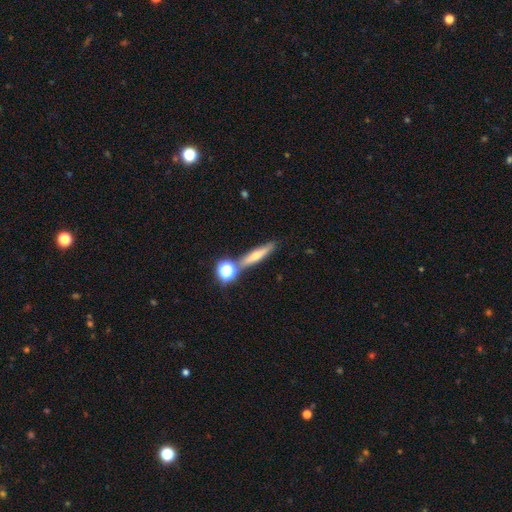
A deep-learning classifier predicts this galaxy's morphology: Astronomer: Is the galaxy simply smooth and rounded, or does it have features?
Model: featured or disk — 46% (runner-up: smooth, 39%).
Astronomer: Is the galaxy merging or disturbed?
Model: none — 71%.